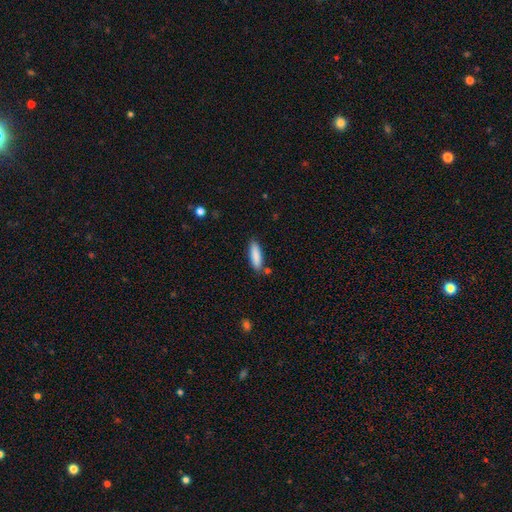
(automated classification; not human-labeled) Morphology: type=smooth (87%); roundness=cigar-shaped (57%); merging=none (81%).